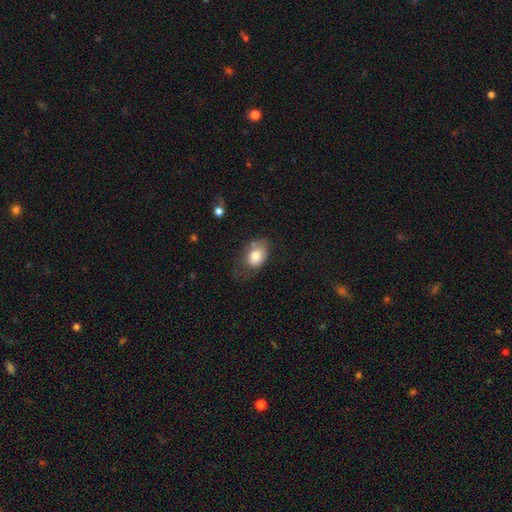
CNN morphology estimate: Smooth or featured: smooth — 77% (featured or disk — 14%)
How rounded: in between — 77% (round — 21%)
Merging: none — 49% (minor disturbance — 31%)